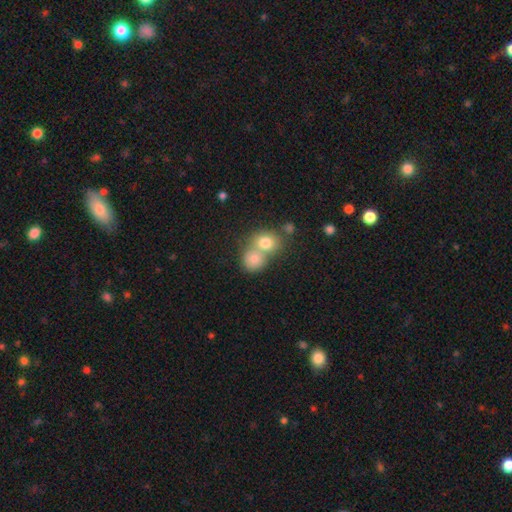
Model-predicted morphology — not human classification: Smooth or featured?
  - smooth: 75% *
  - featured or disk: 13%
  - star or artifact: 12%
How rounded?
  - round: 74% *
  - in between: 25%
  - cigar-shaped: 1%
Merging?
  - merger: 60% *
  - none: 32%
  - minor disturbance: 6%
  - major disturbance: 3%